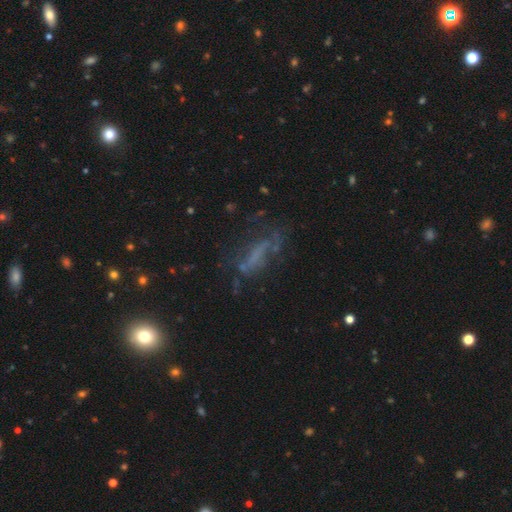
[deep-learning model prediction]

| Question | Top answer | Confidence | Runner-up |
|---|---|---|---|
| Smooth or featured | featured or disk | 45% | smooth (31%) |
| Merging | none | 45% | major disturbance (28%) |